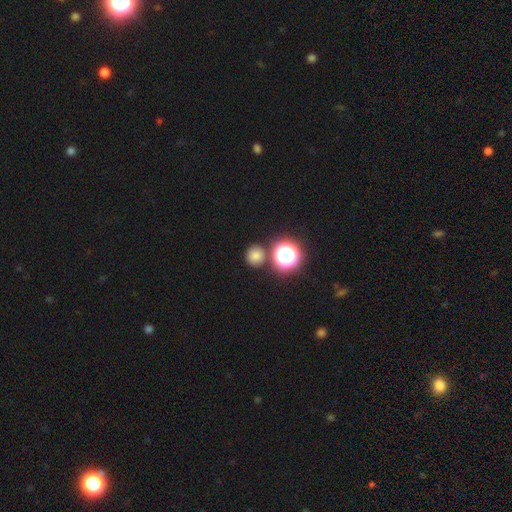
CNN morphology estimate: A smooth galaxy with no disk features (74%) that is round (90%). Merging: none (81%).